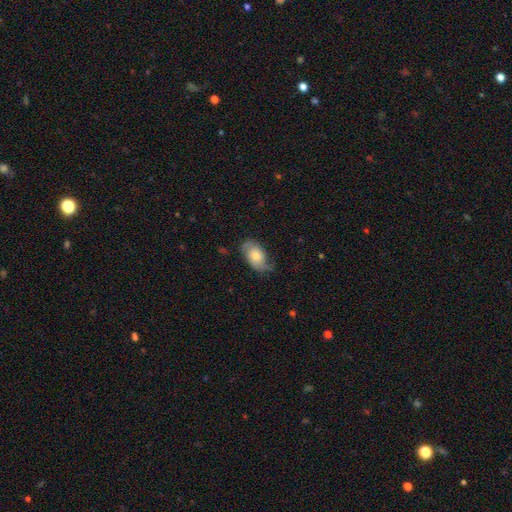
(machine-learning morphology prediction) smooth-or-featured: featured or disk: 57% | smooth: 36% | star or artifact: 7%
  disk-edge-on: no: 95% | yes: 5%
    bar: no: 74% | weak: 22% | strong: 4%
    has-spiral-arms: yes: 87% | no: 13%
    bulge-size: moderate: 51% | small: 25% | large: 17% | none: 4% | dominant: 3%
  merging: none: 62% | minor disturbance: 26% | major disturbance: 11% | merger: 1%